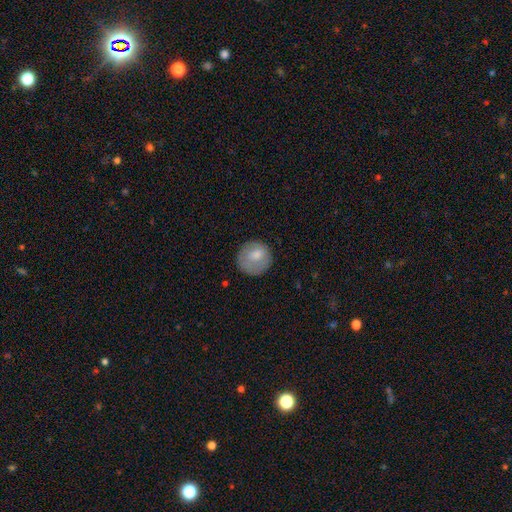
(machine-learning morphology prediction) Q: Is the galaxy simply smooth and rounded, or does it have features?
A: smooth — 77%.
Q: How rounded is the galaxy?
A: round — 91%.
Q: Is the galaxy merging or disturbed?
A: none — 78%.